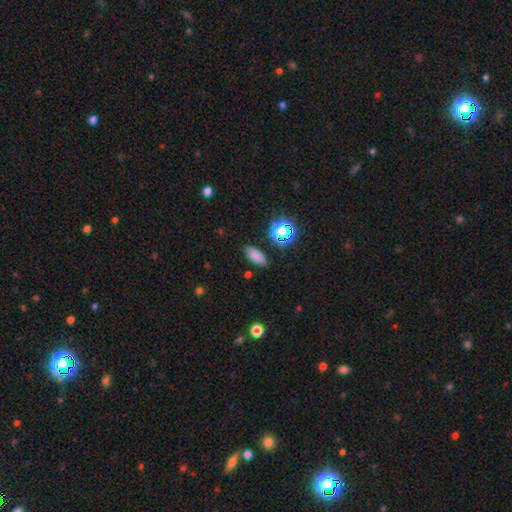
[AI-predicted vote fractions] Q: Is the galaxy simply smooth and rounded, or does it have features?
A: smooth — 78%.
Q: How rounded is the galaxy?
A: in between — 82%.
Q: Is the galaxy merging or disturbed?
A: none — 84%.